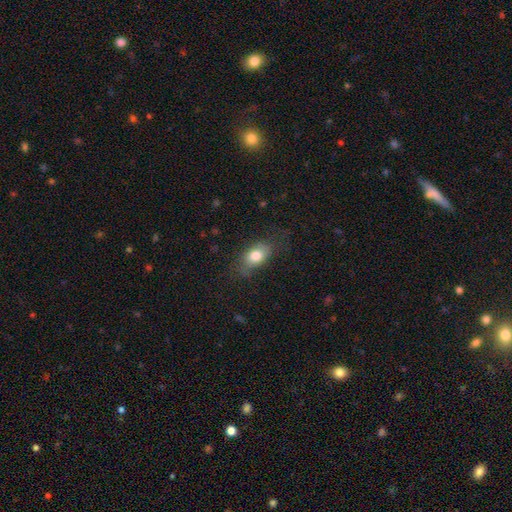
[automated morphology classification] Smooth or featured? smooth (78%)
How rounded? in between (81%)
Merging? none (66%)